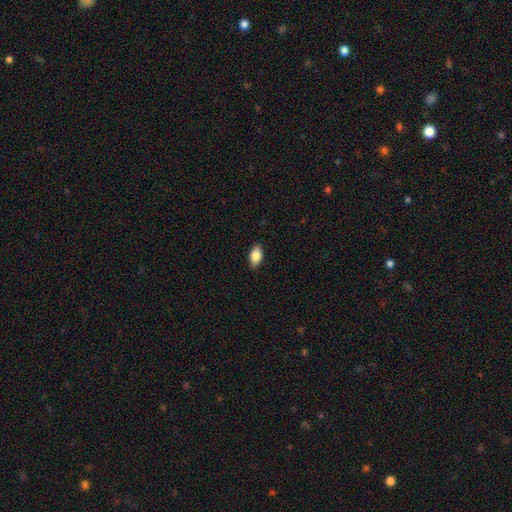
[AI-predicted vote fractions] This appears to be a smooth galaxy with no disk features (83%) that is in between round and cigar-shaped (90%). Merging: none (88%).